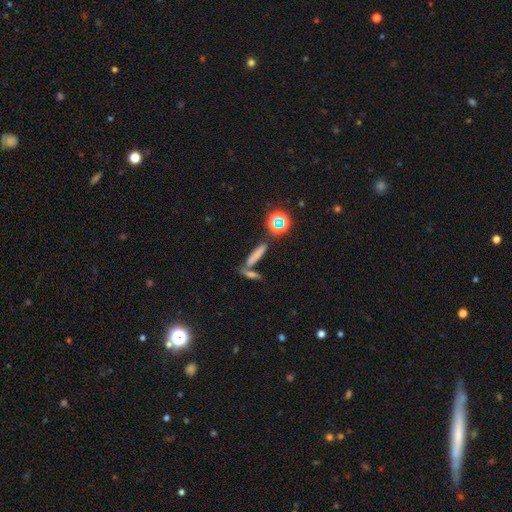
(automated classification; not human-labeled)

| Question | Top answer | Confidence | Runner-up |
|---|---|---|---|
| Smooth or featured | smooth | 65% | star or artifact (19%) |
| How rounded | cigar-shaped | 74% | in between (20%) |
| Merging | none | 55% | merger (31%) |